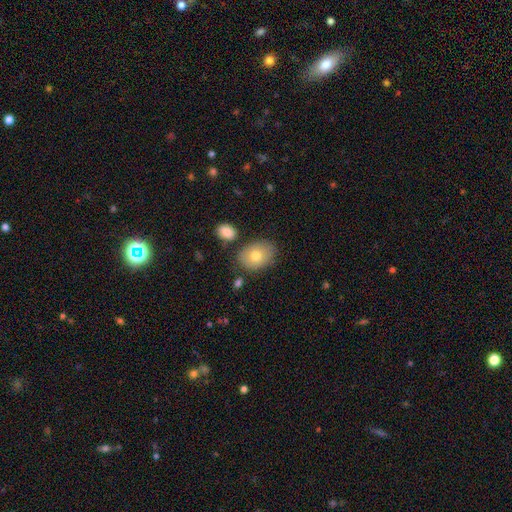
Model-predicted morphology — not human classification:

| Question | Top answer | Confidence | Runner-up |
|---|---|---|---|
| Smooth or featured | smooth | 75% | featured or disk (17%) |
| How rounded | in between | 73% | round (26%) |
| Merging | none | 75% | minor disturbance (15%) |